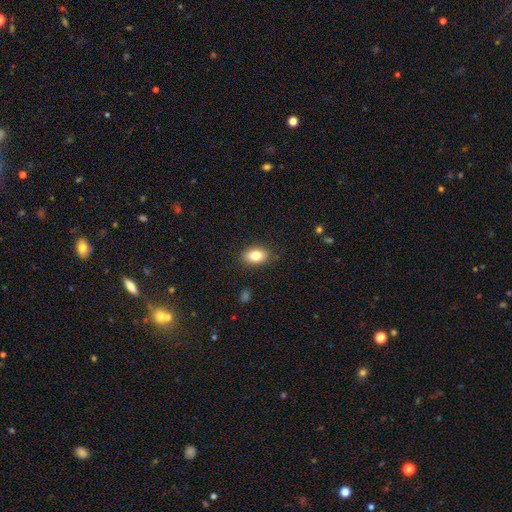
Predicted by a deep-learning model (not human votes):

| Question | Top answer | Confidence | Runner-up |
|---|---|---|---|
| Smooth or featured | smooth | 82% | featured or disk (9%) |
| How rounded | in between | 85% | round (13%) |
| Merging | none | 86% | minor disturbance (11%) |